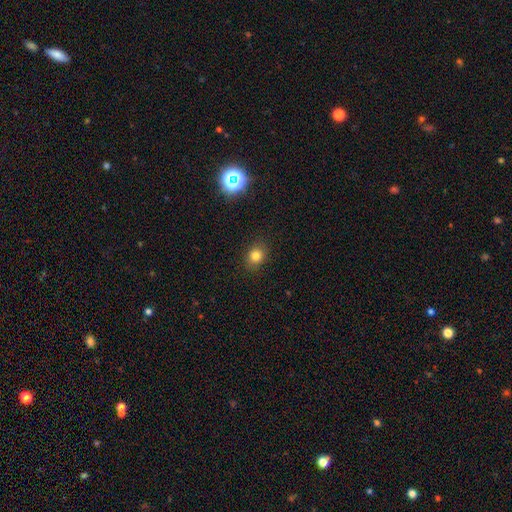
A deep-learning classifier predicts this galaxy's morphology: smooth-or-featured: smooth: 79% | star or artifact: 14% | featured or disk: 7%
  how-rounded: round: 59% | in between: 40% | cigar-shaped: 1%
  merging: none: 87% | minor disturbance: 9% | major disturbance: 3% | merger: 1%